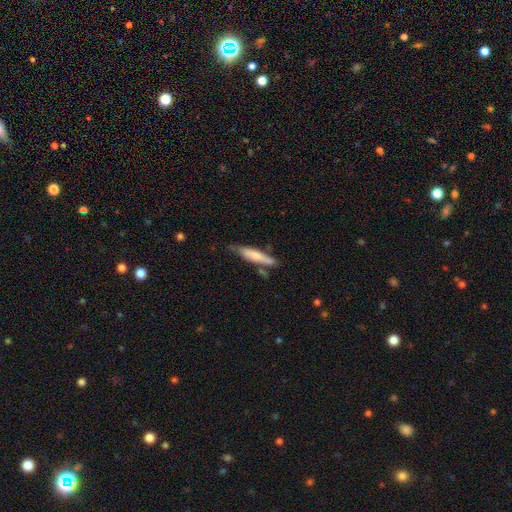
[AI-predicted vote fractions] Overall: smooth (63%; featured or disk 32%). How rounded: cigar-shaped (83%). Merging: none (59%; minor disturbance 25%).